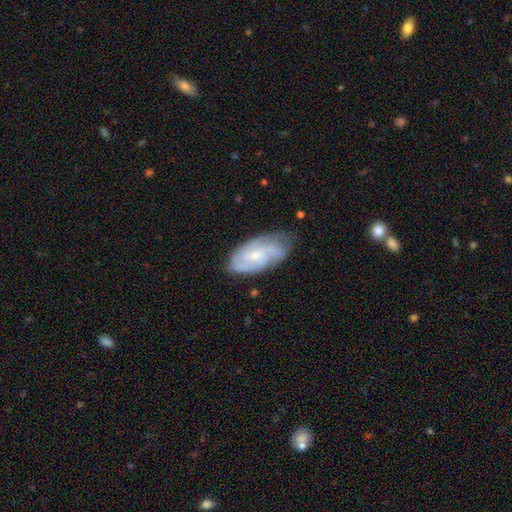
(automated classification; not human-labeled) smooth-or-featured: featured or disk: 78% | smooth: 17% | star or artifact: 6%
  disk-edge-on: no: 96% | yes: 4%
    bar: no: 63% | weak: 32% | strong: 6%
    has-spiral-arms: yes: 95% | no: 5%
      spiral-winding: tight: 49% | medium: 40% | loose: 11%
      spiral-arm-count: 3: 36% | 2: 24% | can't tell: 22% | 4: 10% | 1: 4% | more than 4: 4%
    bulge-size: small: 67% | moderate: 27% | none: 4% | large: 1% | dominant: 1%
  merging: none: 66% | minor disturbance: 26% | major disturbance: 7% | merger: 1%